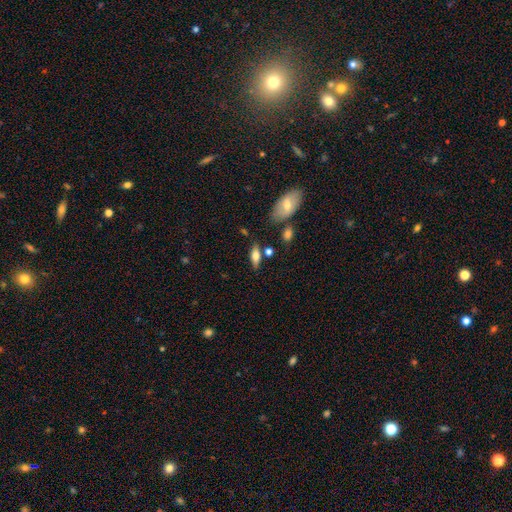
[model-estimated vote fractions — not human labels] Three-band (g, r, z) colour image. It shows a smooth galaxy with no disk features (62%) that is in between round and cigar-shaped (70%). Merging: none (74%).